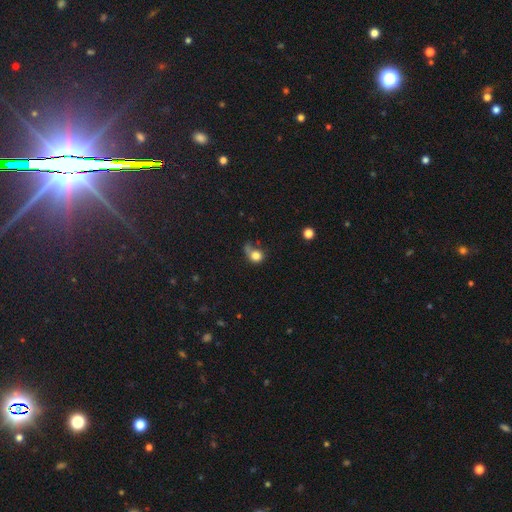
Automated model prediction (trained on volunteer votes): Q: Smooth or featured?
A: smooth (77%); runner-up: star or artifact (12%)
Q: How rounded?
A: round (75%); runner-up: in between (23%)
Q: Merging?
A: none (37%); runner-up: minor disturbance (24%)